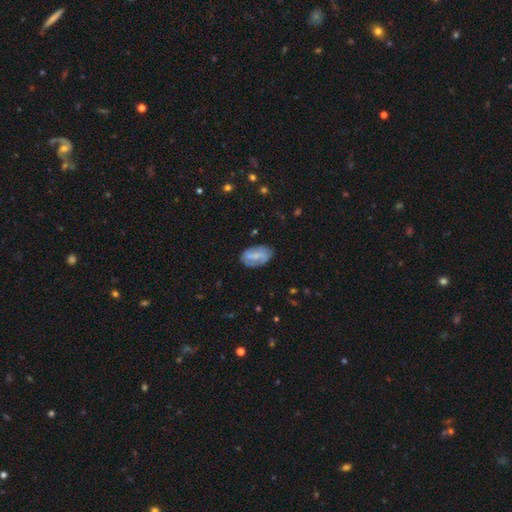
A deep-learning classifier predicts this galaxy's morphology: This appears to be a smooth galaxy with no disk features (50%) that is in between round and cigar-shaped (91%). Merging: none (69%).